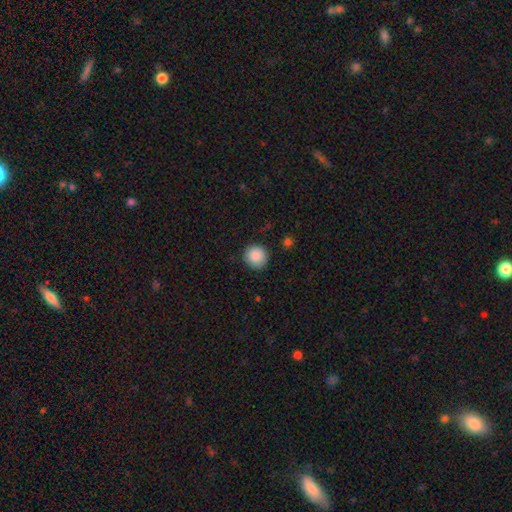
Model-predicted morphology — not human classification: A smooth galaxy with no disk features (89%) that is round (93%). Merging: none (89%).